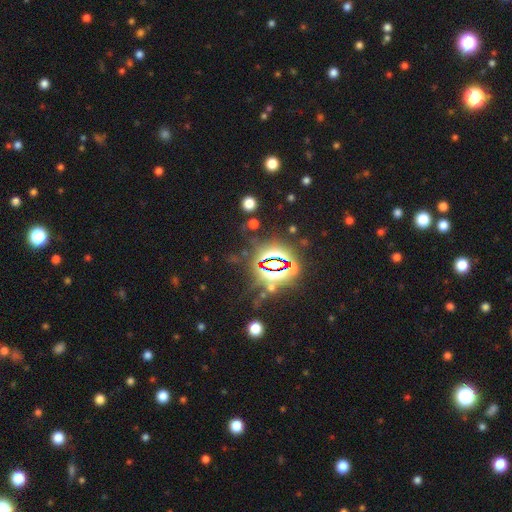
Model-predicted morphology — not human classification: Smooth or featured: star or artifact — 83% (smooth — 10%)